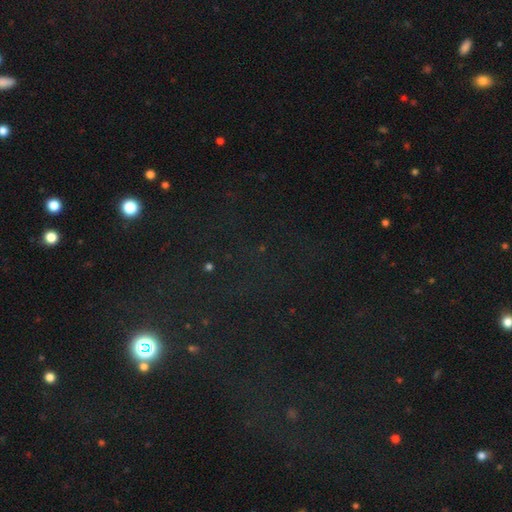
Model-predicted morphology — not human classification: smooth_or_featured: star or artifact (p=0.75) [alt: smooth p=0.16]